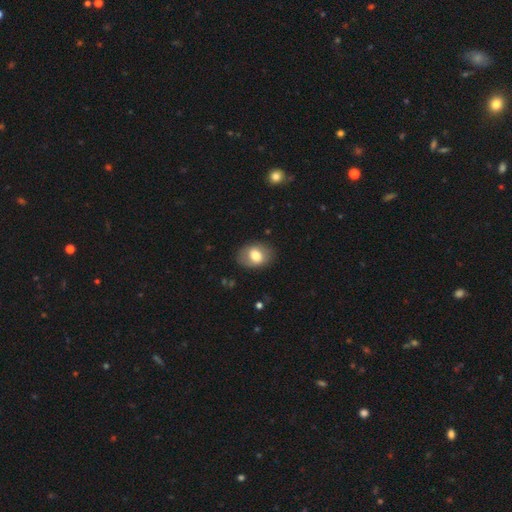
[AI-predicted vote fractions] smooth 72%, featured or disk 20%, star or artifact 8%. Down the decision tree: how rounded — in between (72%); merging — none (82%).